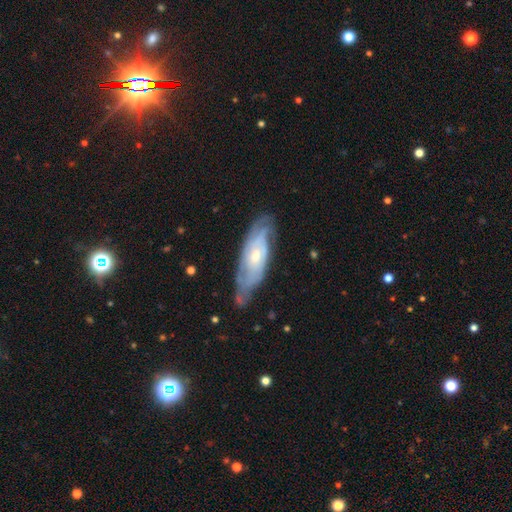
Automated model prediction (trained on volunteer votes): This appears to be a featured or disk galaxy (78%) with no bar (69%), tight (63%) spiral arms (89%) and a moderate central bulge (52%). Merging: none (66%).